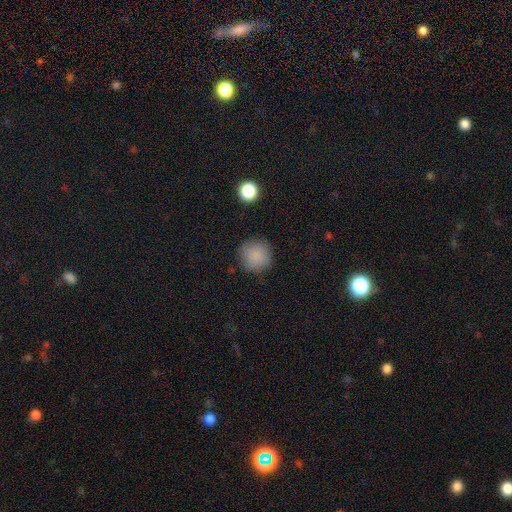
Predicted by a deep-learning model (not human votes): This is clearly a smooth galaxy (86%). How rounded: clearly round (94%). Merging: clearly none (85%).